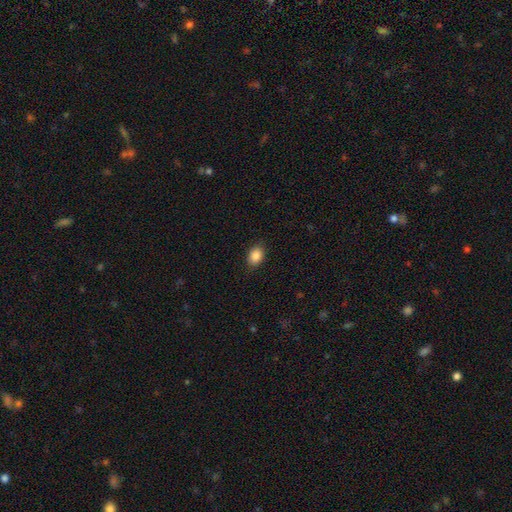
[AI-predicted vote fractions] The model was most divided on "how rounded": in between: 74%, round: 25%, cigar-shaped: 1%. More confident: smooth or featured — smooth (87%); merging — none (87%).